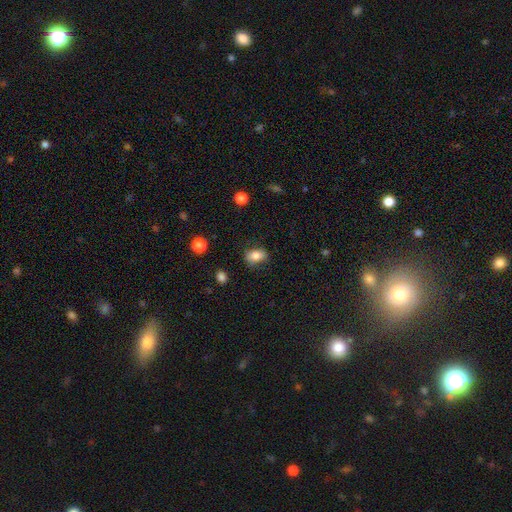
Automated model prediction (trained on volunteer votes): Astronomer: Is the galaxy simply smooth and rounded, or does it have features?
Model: smooth — 81%.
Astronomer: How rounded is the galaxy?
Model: in between — 79%.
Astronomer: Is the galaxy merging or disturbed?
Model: none — 75%.